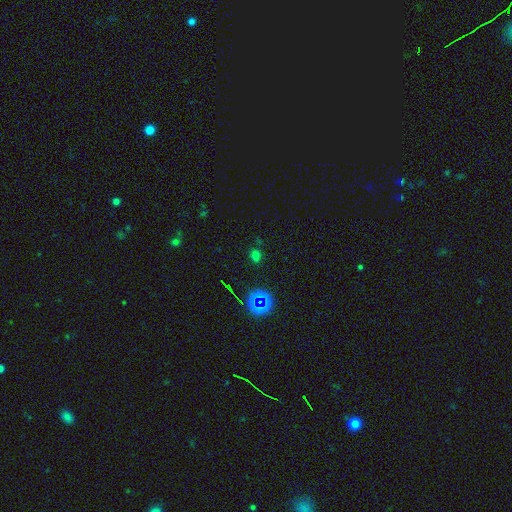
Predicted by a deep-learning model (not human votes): smooth-or-featured: smooth: 50% | star or artifact: 43% | featured or disk: 7%
  how-rounded: round: 52% | in between: 45% | cigar-shaped: 2%
  merging: none: 79% | minor disturbance: 12% | major disturbance: 5% | merger: 4%